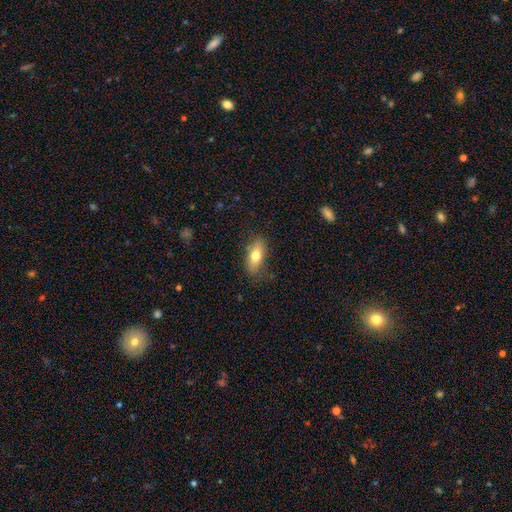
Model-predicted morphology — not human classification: A smooth galaxy with no disk features (73%) that is in between round and cigar-shaped (79%).

Vote fractions:
- Smooth or featured? smooth: 73% / featured or disk: 20% / star or artifact: 7%
- How rounded? in between: 79% / cigar-shaped: 17% / round: 4%
- Merging? none: 77% / minor disturbance: 17% / major disturbance: 4% / merger: 2%